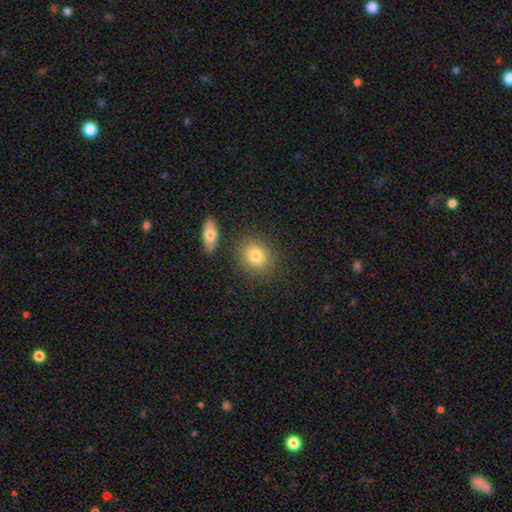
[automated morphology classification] This appears to be a smooth galaxy with no disk features (80%) that is round (67%). Merging: none (82%).